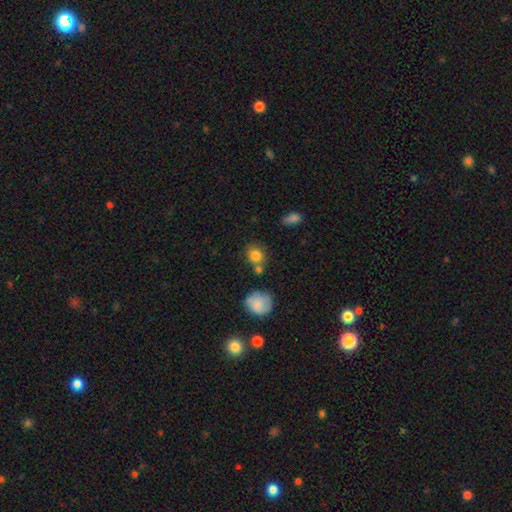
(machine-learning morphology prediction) Smooth or featured?
  - smooth: 82% *
  - star or artifact: 10%
  - featured or disk: 8%
How rounded?
  - round: 77% *
  - in between: 22%
  - cigar-shaped: 1%
Merging?
  - none: 66% *
  - minor disturbance: 15%
  - merger: 15%
  - major disturbance: 5%